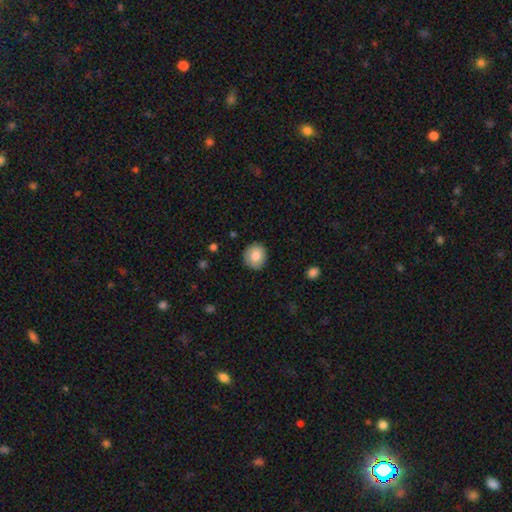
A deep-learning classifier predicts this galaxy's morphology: A smooth galaxy with no disk features (83%) that is round (81%). Merging: none (88%).